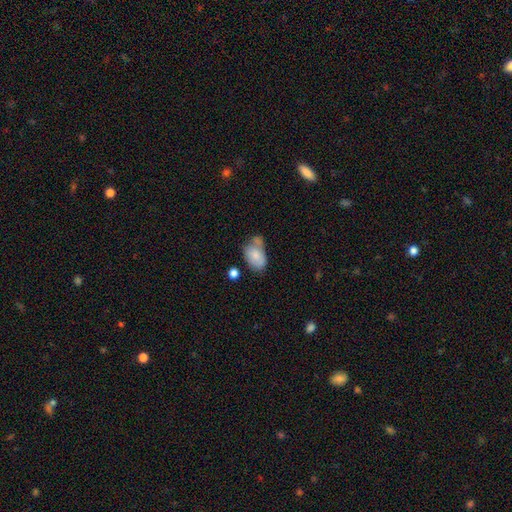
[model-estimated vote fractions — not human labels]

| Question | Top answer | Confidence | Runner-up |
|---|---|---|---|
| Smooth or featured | smooth | 75% | featured or disk (18%) |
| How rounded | in between | 88% | round (11%) |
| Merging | none | 37% | merger (27%) |